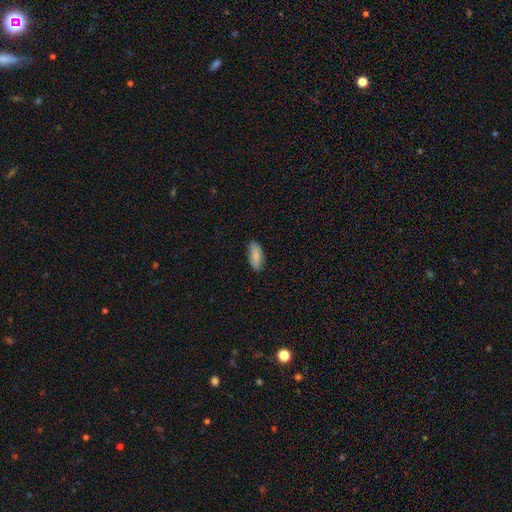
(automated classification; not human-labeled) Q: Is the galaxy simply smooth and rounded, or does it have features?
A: smooth — 85%.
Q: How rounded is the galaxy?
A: in between — 80%.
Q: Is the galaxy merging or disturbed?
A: none — 84%.